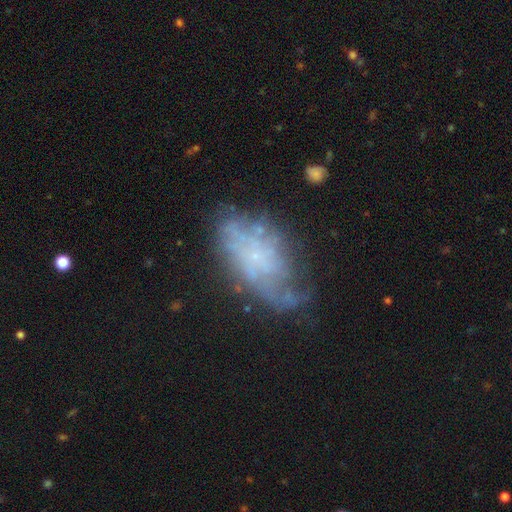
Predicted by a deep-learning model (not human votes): smooth-or-featured: featured or disk: 59% | smooth: 29% | star or artifact: 12%
  disk-edge-on: no: 92% | yes: 8%
    bar: no: 85% | weak: 13% | strong: 3%
    has-spiral-arms: no: 58% | yes: 42%
    bulge-size: small: 47% | none: 44% | moderate: 6% | large: 1% | dominant: 1%
  merging: none: 49% | minor disturbance: 26% | major disturbance: 21% | merger: 5%